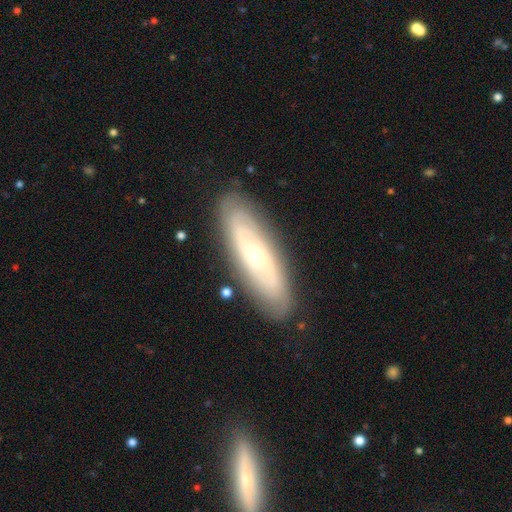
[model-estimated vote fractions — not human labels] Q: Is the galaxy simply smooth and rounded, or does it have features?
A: featured or disk — 70%.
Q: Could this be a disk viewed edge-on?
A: no — 78%.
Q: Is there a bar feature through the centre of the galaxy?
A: no — 77%.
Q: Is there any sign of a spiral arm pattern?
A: yes — 74%.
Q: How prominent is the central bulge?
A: small — 65%.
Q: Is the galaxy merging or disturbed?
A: none — 84%.